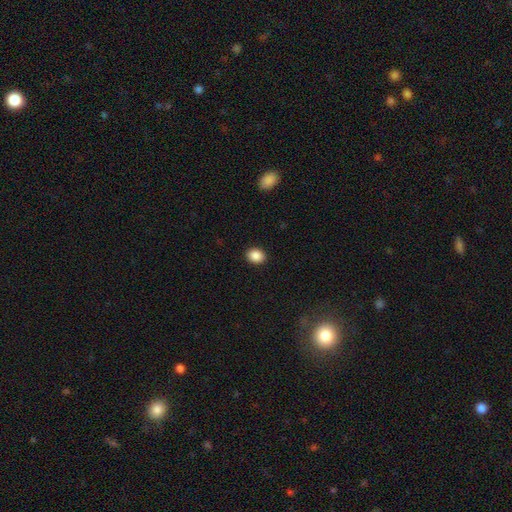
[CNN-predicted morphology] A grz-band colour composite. It shows a smooth galaxy with no disk features (88%) that is round (50%). Merging: none (91%).